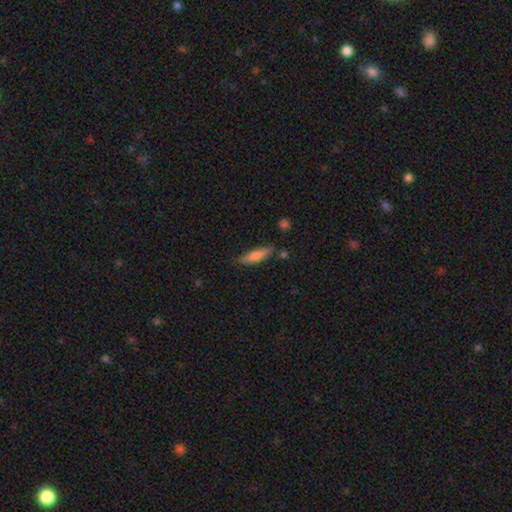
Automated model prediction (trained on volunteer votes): Q: Smooth or featured?
A: smooth (72%); runner-up: featured or disk (22%)
Q: How rounded?
A: cigar-shaped (73%); runner-up: in between (25%)
Q: Merging?
A: none (78%); runner-up: minor disturbance (15%)